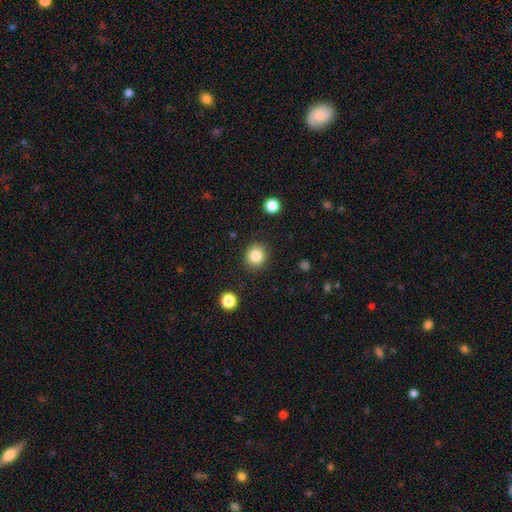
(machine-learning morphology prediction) Q: Smooth or featured?
A: smooth (84%); runner-up: star or artifact (10%)
Q: How rounded?
A: round (83%); runner-up: in between (17%)
Q: Merging?
A: none (88%); runner-up: minor disturbance (8%)